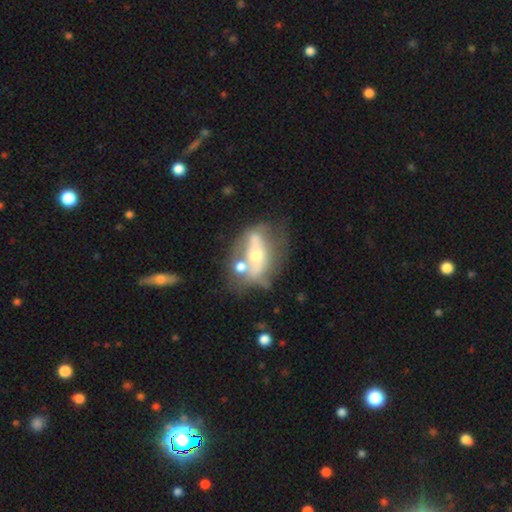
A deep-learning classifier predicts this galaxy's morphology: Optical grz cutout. It shows a featured or disk galaxy (66%) with no bar (47%), no spiral arms (74%) and a moderate central bulge (64%). Merging: none (41%).